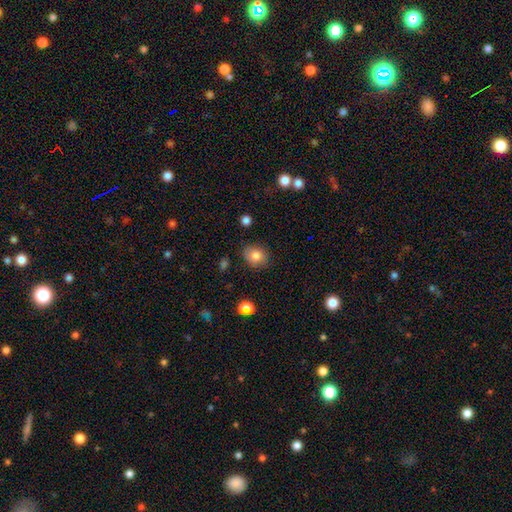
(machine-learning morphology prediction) smooth-or-featured: smooth: 82% | star or artifact: 11% | featured or disk: 8%
  how-rounded: round: 58% | in between: 41% | cigar-shaped: 1%
  merging: none: 81% | minor disturbance: 14% | major disturbance: 3% | merger: 2%